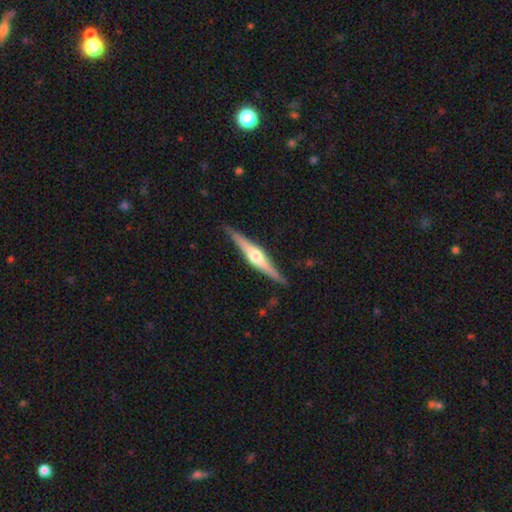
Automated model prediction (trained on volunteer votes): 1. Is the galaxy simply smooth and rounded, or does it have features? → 77% featured or disk, 18% smooth, 5% star or artifact.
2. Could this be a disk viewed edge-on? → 98% yes, 2% no.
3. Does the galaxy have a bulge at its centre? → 91% rounded, 6% boxy, 3% none.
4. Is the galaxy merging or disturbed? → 88% none, 9% minor disturbance, 2% major disturbance, 1% merger.